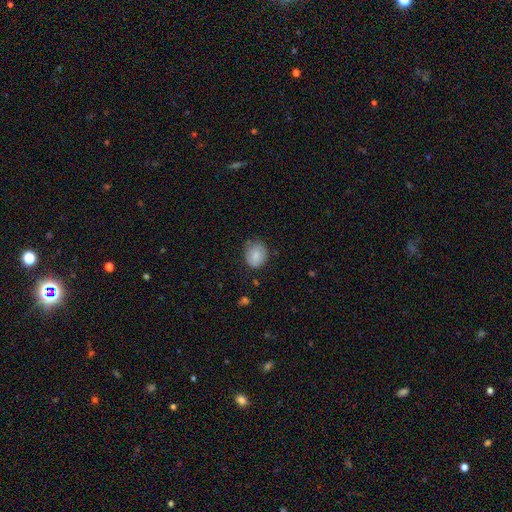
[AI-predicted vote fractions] Smooth or featured: smooth — 82% (featured or disk — 10%)
How rounded: round — 59% (in between — 40%)
Merging: none — 71% (minor disturbance — 22%)